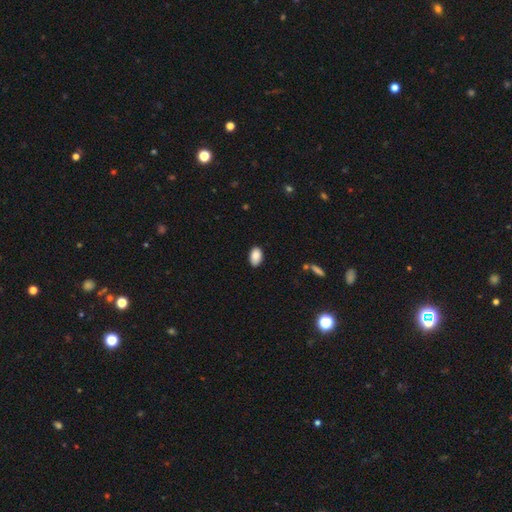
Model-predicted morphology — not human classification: type=smooth (89%); roundness=in between (92%); merging=none (86%).